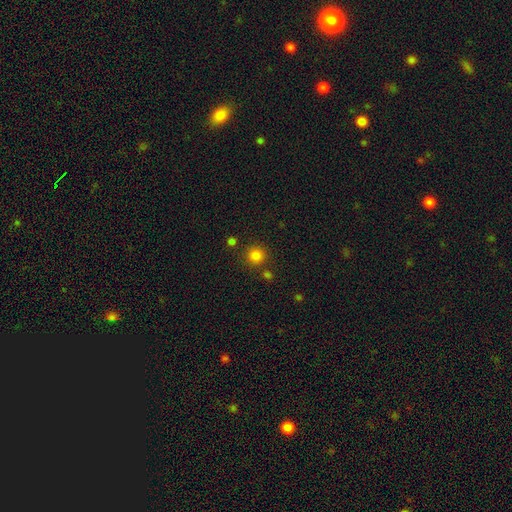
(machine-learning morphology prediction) This appears to be a smooth galaxy with no disk features (82%) that is round (93%). Merging: none (82%).